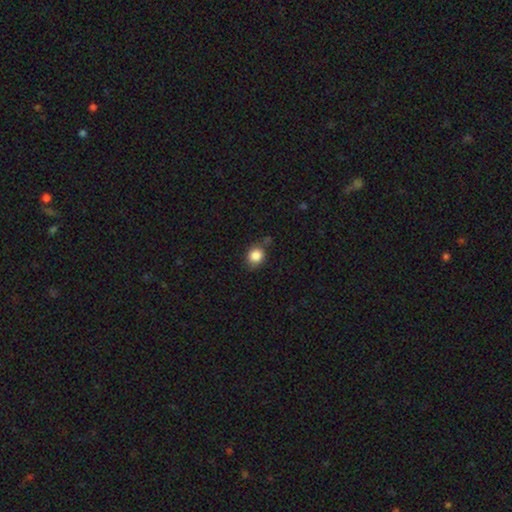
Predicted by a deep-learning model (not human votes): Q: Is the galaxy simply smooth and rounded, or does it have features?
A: smooth — 86%.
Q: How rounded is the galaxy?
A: round — 72%.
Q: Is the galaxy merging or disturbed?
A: none — 72%.